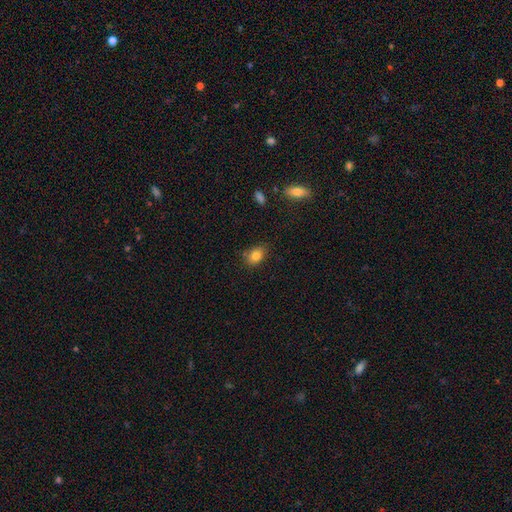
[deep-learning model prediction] A smooth galaxy with no disk features (82%) that is in between round and cigar-shaped (71%).

Vote fractions:
- Smooth or featured? smooth: 82% / star or artifact: 10% / featured or disk: 8%
- How rounded? in between: 71% / round: 27% / cigar-shaped: 1%
- Merging? none: 75% / minor disturbance: 18% / merger: 4% / major disturbance: 3%